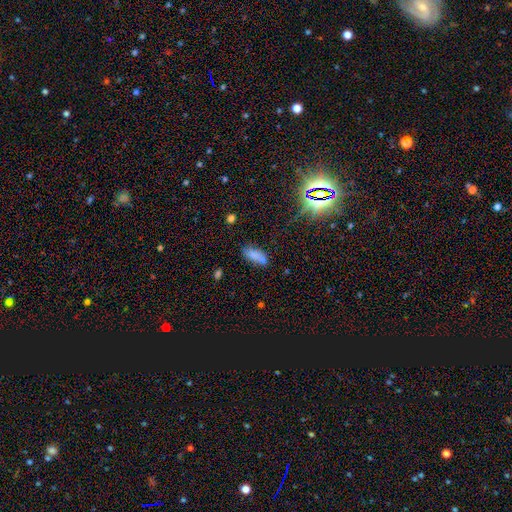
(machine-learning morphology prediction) smooth_or_featured: smooth (p=0.78) [alt: star or artifact p=0.12]
how_rounded: in between (p=0.82) [alt: cigar-shaped p=0.15]
merging: none (p=0.60) [alt: minor disturbance p=0.24]